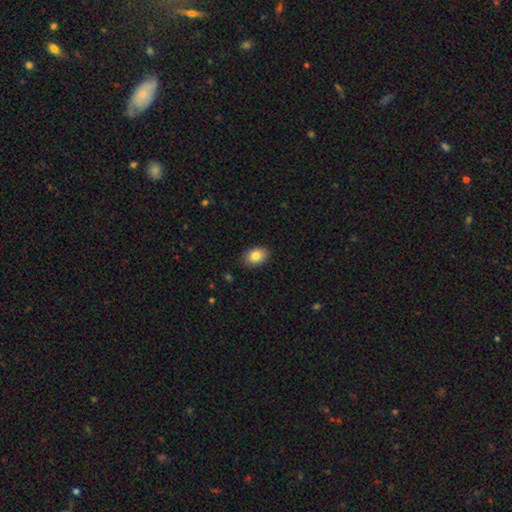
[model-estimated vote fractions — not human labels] smooth 84%, featured or disk 8%, star or artifact 8%. Down the decision tree: how rounded — in between (77%); merging — none (85%).